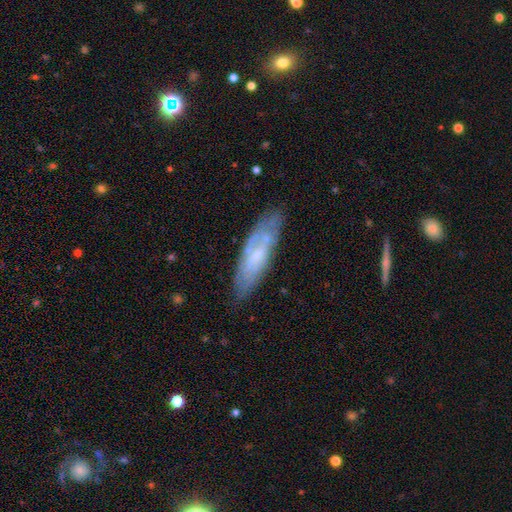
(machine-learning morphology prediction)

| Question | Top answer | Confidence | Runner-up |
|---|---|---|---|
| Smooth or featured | featured or disk | 54% | smooth (39%) |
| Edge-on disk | no | 69% | yes (31%) |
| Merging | none | 70% | minor disturbance (21%) |